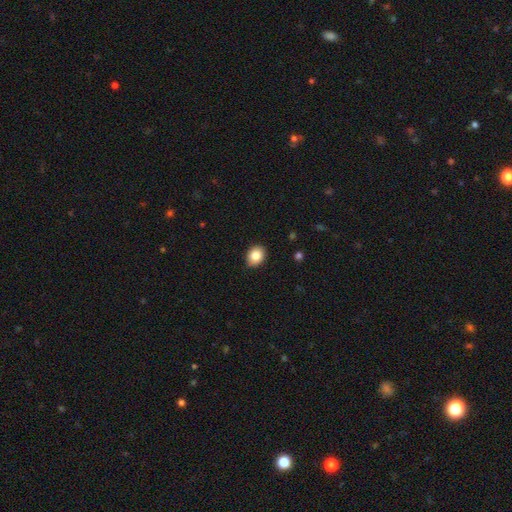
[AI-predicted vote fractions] This is clearly a smooth galaxy (85%). How rounded: possibly in between (51%). Merging: clearly none (89%).